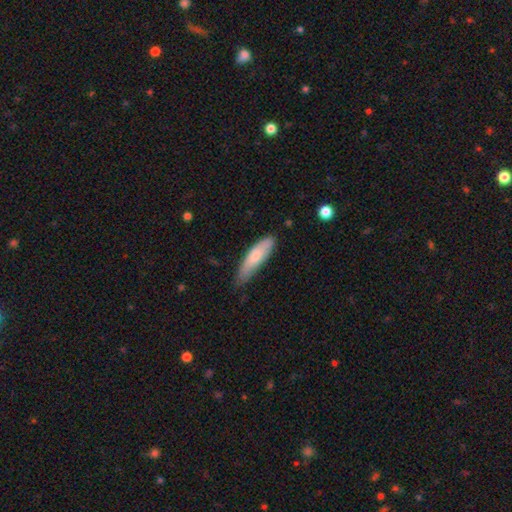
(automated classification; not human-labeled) The model was most divided on "how rounded": cigar-shaped: 66%, in between: 33%, round: 1%. More confident: smooth or featured — smooth (76%); merging — none (64%).